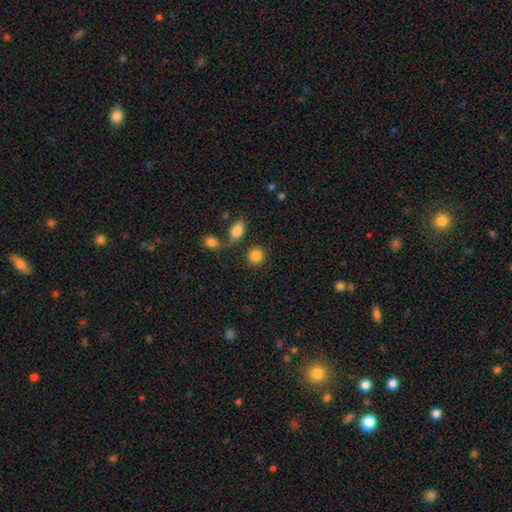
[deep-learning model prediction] Smooth or featured?
  - smooth: 86% *
  - star or artifact: 9%
  - featured or disk: 5%
How rounded?
  - round: 82% *
  - in between: 17%
  - cigar-shaped: 1%
Merging?
  - none: 81% *
  - minor disturbance: 8%
  - merger: 8%
  - major disturbance: 3%